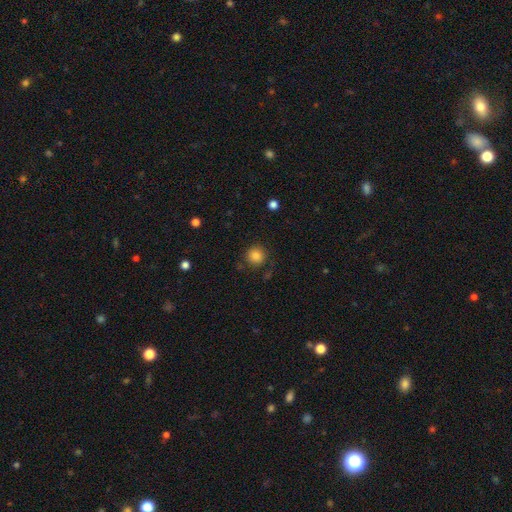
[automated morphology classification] Smooth or featured?
  - smooth: 84% *
  - star or artifact: 11%
  - featured or disk: 5%
How rounded?
  - round: 90% *
  - in between: 9%
  - cigar-shaped: 1%
Merging?
  - none: 80% *
  - minor disturbance: 13%
  - major disturbance: 5%
  - merger: 2%